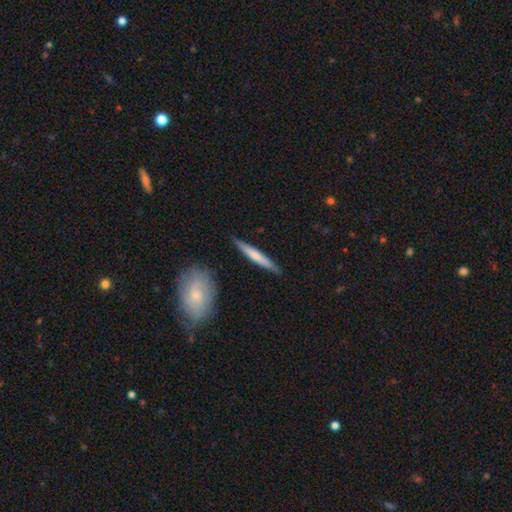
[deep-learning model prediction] Smooth or featured? smooth (58%)
How rounded? cigar-shaped (94%)
Merging? none (88%)